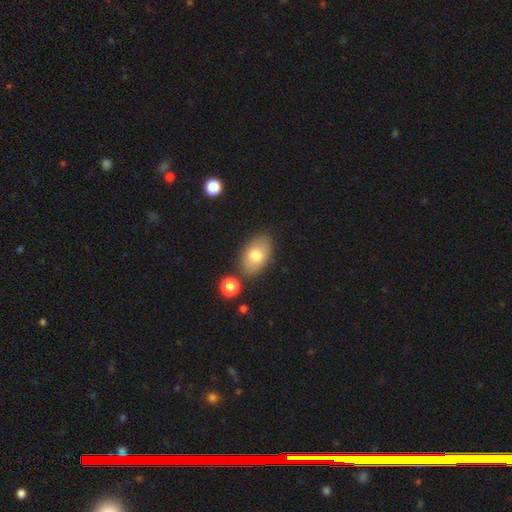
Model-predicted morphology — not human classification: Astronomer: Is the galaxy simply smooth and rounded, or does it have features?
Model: smooth — 77%.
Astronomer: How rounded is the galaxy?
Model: in between — 89%.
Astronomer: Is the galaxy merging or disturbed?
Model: none — 78%.